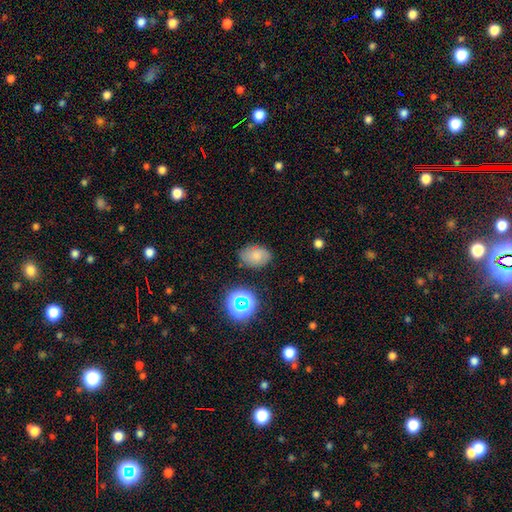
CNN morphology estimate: Q: Smooth or featured?
A: smooth (66%); runner-up: featured or disk (19%)
Q: How rounded?
A: in between (79%); runner-up: round (20%)
Q: Merging?
A: none (75%); runner-up: minor disturbance (17%)